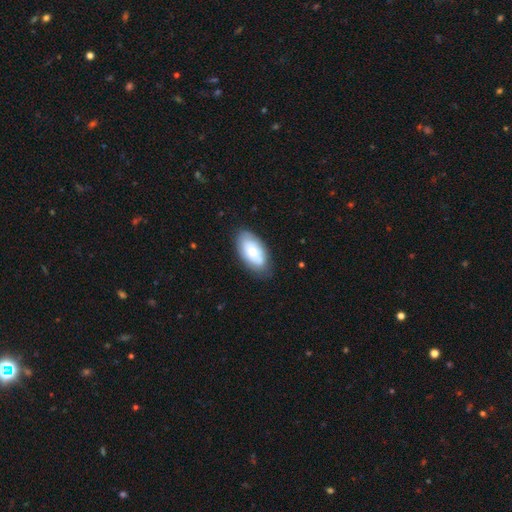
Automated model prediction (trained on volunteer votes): Overall: smooth (67%). How rounded: in between (94%). Merging: none (76%).